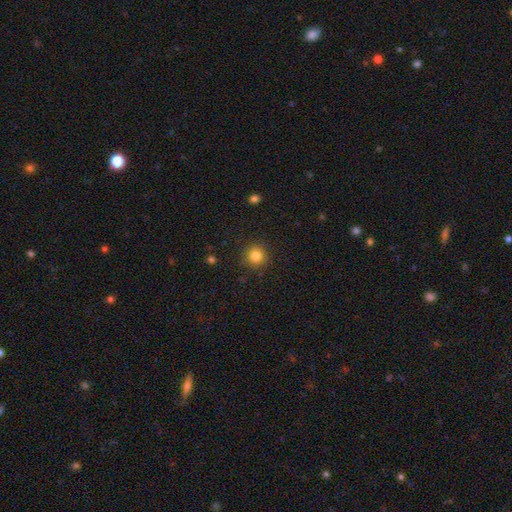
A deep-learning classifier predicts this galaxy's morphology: This is clearly a smooth galaxy (84%). How rounded: clearly round (93%). Merging: clearly none (90%).